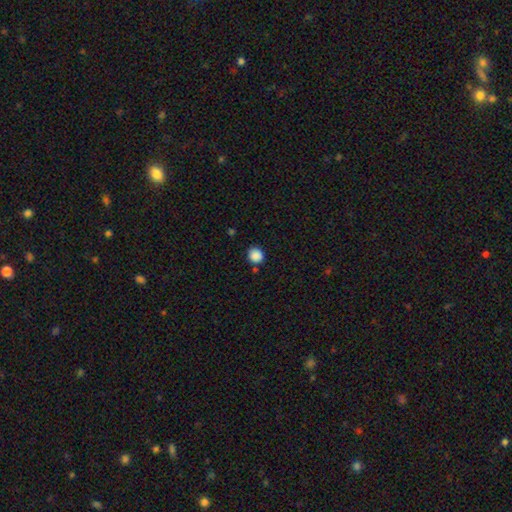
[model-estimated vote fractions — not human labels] Smooth or featured? smooth (88%)
How rounded? round (86%)
Merging? none (83%)